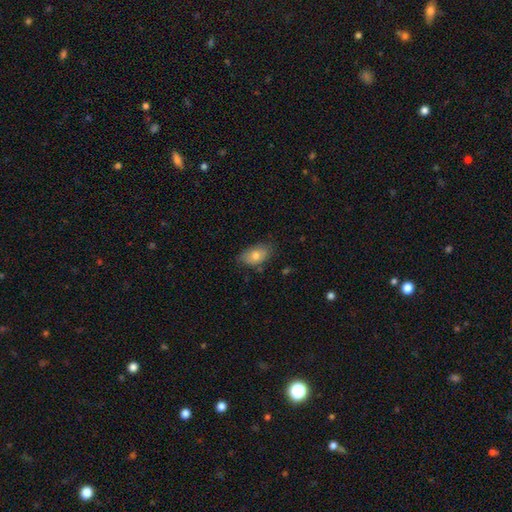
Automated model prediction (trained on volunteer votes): This appears to be a smooth galaxy with no disk features (76%) that is in between round and cigar-shaped (90%). Merging: none (70%).